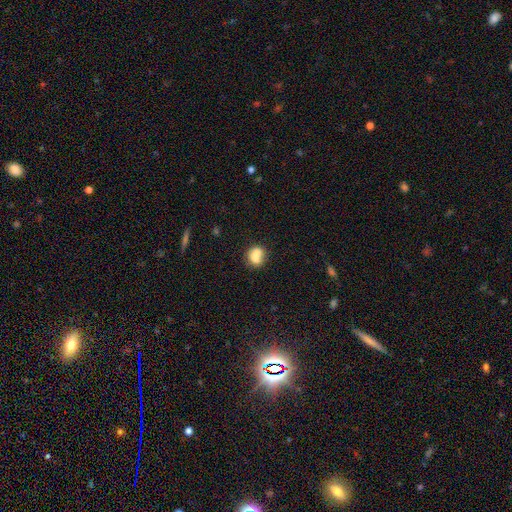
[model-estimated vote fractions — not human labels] Overall: smooth (68%). How rounded: round (66%; in between 33%). Merging: merger (60%; none 28%).